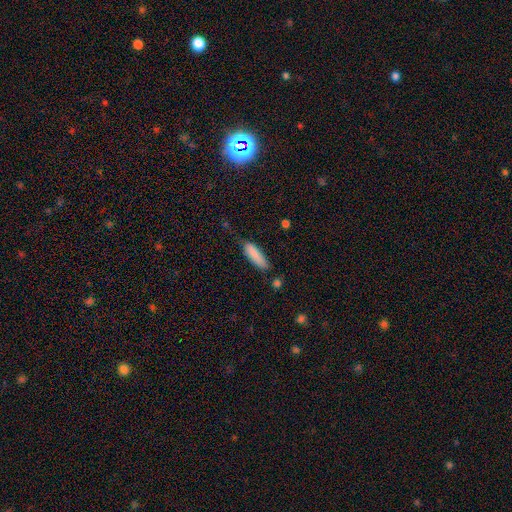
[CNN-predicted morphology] Smooth or featured?
  - smooth: 86% *
  - featured or disk: 7%
  - star or artifact: 6%
How rounded?
  - cigar-shaped: 56% *
  - in between: 42%
  - round: 2%
Merging?
  - none: 63% *
  - minor disturbance: 27%
  - major disturbance: 6%
  - merger: 3%